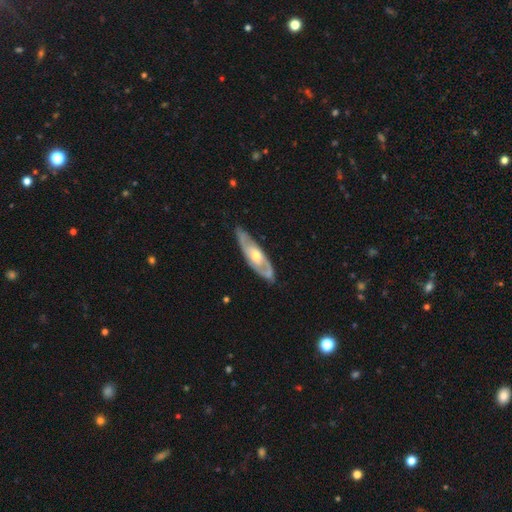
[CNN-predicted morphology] Smooth or featured? featured or disk (75%)
Edge-on disk? no (71%)
Bar? no (73%)
Spiral arms? yes (72%)
Bulge size? moderate (66%)
Merging? none (79%)